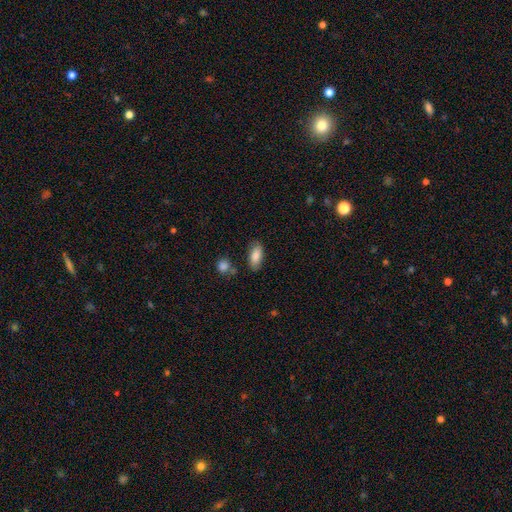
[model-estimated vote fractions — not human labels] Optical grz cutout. It shows a smooth galaxy with no disk features (85%) that is in between round and cigar-shaped (88%). Merging: none (77%).